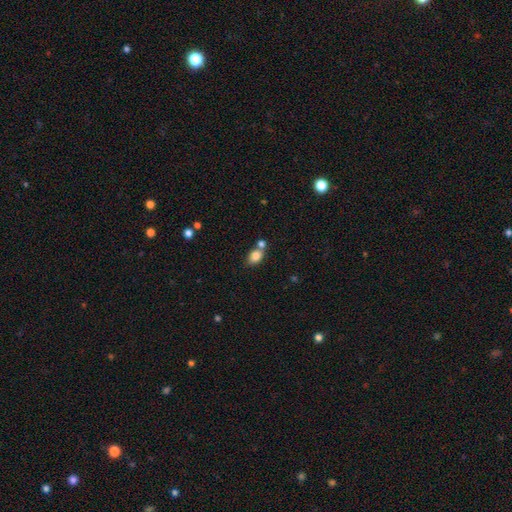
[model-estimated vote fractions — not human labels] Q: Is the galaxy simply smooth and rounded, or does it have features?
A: smooth — 82%.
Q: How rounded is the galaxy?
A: in between — 76%.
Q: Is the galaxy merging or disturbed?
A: none — 54%.